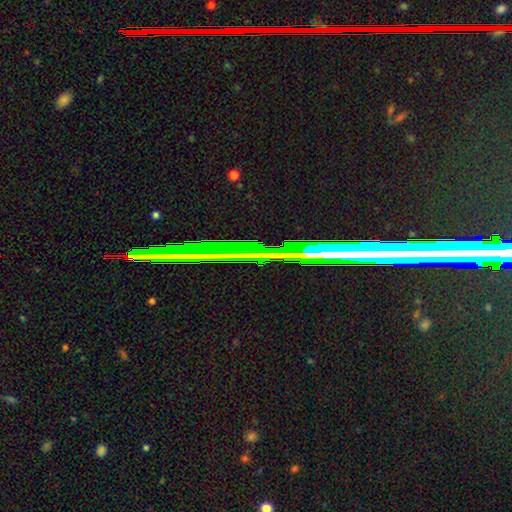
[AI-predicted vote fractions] The model was most divided on "smooth or featured": star or artifact: 69%, featured or disk: 21%, smooth: 11%.